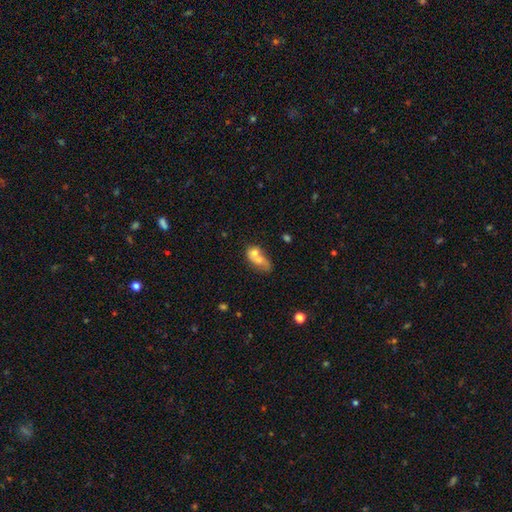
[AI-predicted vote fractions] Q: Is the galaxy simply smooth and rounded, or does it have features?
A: smooth — 61%.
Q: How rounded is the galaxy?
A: in between — 65%.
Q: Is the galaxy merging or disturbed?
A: merger — 65%.